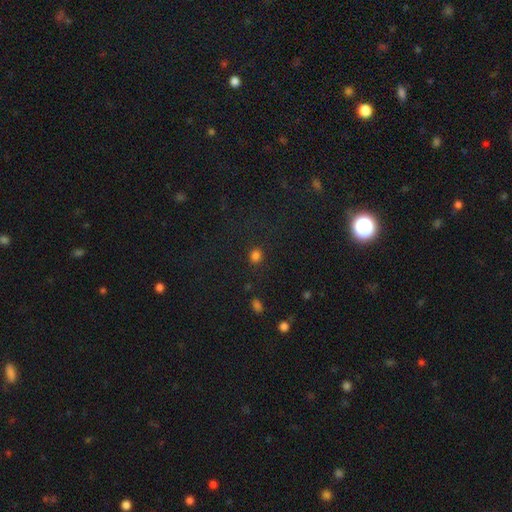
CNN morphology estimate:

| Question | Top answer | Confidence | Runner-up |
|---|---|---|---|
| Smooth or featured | smooth | 81% | star or artifact (15%) |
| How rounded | round | 76% | in between (23%) |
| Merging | none | 85% | minor disturbance (9%) |